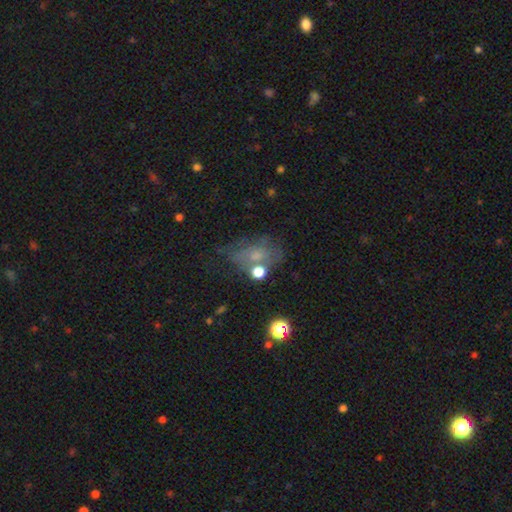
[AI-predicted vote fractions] Smooth or featured? Predicted: smooth (p=0.47). Merging? Predicted: none (p=0.43).